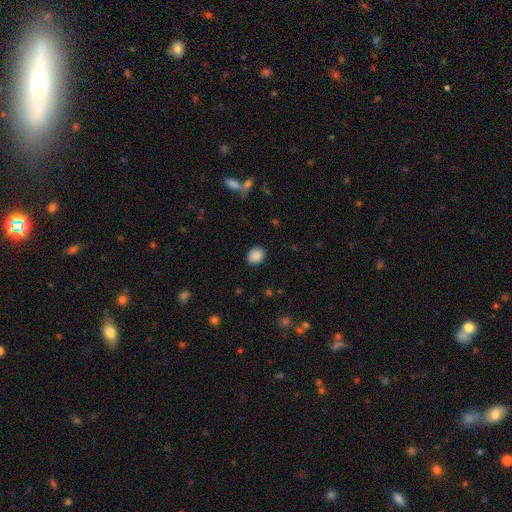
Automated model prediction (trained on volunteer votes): Morphology: type=smooth (89%); roundness=round (61%); merging=none (88%).